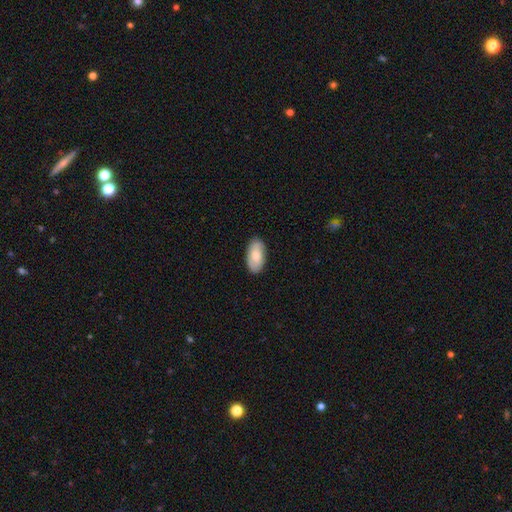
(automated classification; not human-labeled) Smooth or featured?
  - smooth: 77% *
  - featured or disk: 18%
  - star or artifact: 6%
How rounded?
  - in between: 94% *
  - cigar-shaped: 3%
  - round: 3%
Merging?
  - none: 87% *
  - minor disturbance: 10%
  - major disturbance: 2%
  - merger: 1%